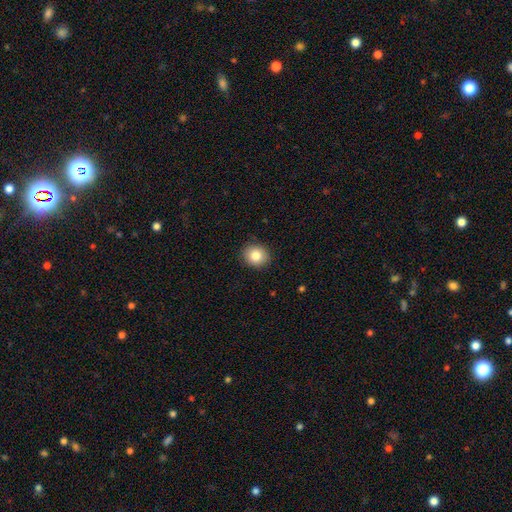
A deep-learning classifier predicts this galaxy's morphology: This appears to be a smooth galaxy with no disk features (83%) that is round (80%). Merging: none (90%).